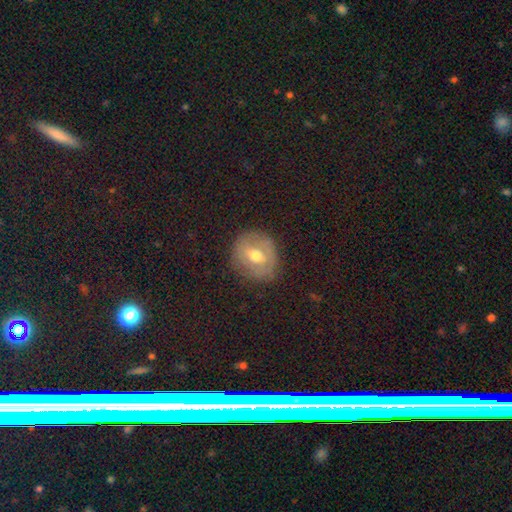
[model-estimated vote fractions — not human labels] A featured or disk galaxy (49%). Merging: none (81%).